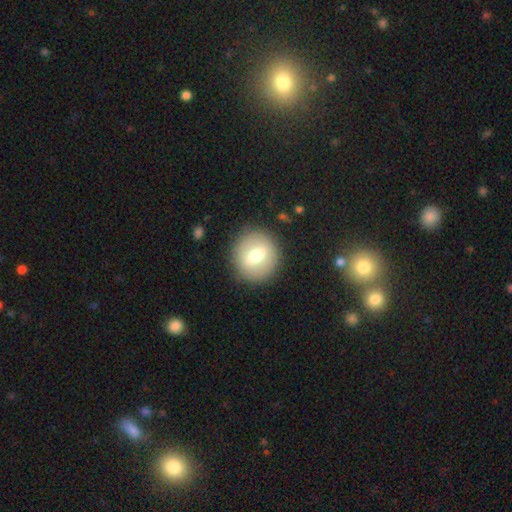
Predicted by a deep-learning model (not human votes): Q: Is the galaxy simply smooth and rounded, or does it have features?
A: smooth — 61%.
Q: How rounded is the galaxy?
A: round — 89%.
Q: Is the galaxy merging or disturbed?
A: none — 87%.